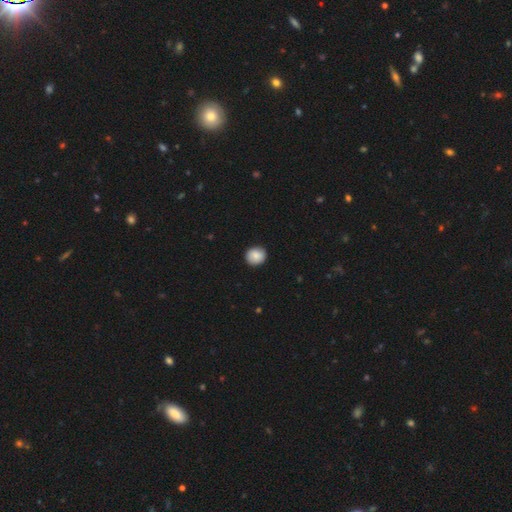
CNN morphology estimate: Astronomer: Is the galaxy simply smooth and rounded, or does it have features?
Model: smooth — 85%.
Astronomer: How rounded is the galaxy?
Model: round — 84%.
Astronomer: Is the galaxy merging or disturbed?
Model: none — 89%.